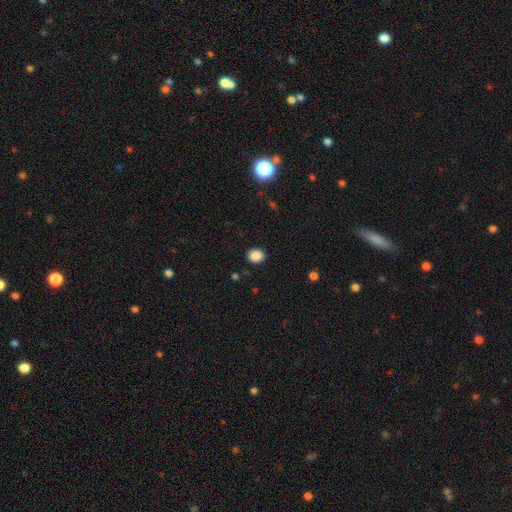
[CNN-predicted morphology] smooth_or_featured: smooth (p=0.88) [alt: star or artifact p=0.09]
how_rounded: round (p=0.59) [alt: in between p=0.40]
merging: none (p=0.89) [alt: minor disturbance p=0.08]